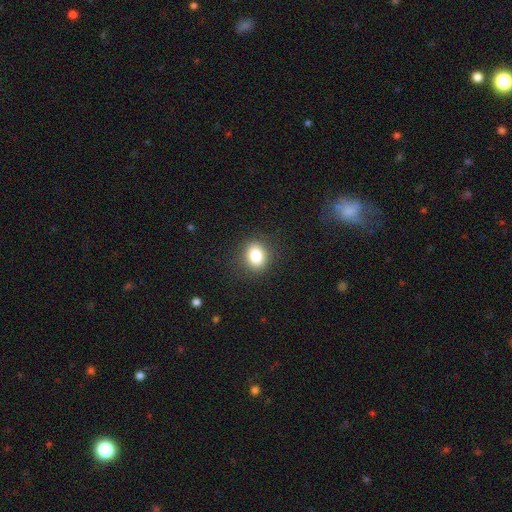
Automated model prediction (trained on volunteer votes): A smooth galaxy with no disk features (83%) that is round (56%). Merging: none (87%).